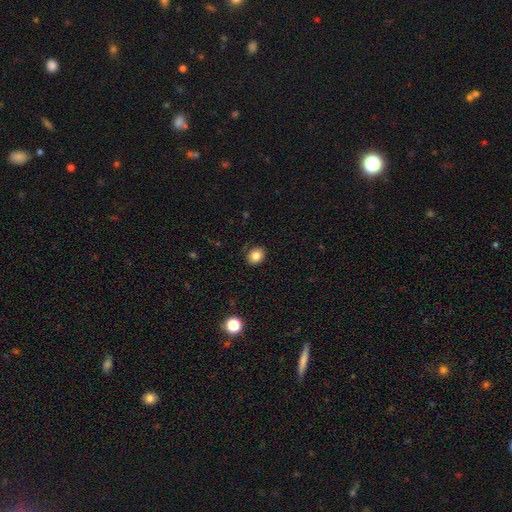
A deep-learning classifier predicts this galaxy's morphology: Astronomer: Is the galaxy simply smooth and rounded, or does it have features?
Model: smooth — 83%.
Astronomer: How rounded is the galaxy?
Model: round — 60% (runner-up: in between, 39%).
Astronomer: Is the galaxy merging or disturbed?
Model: none — 88%.